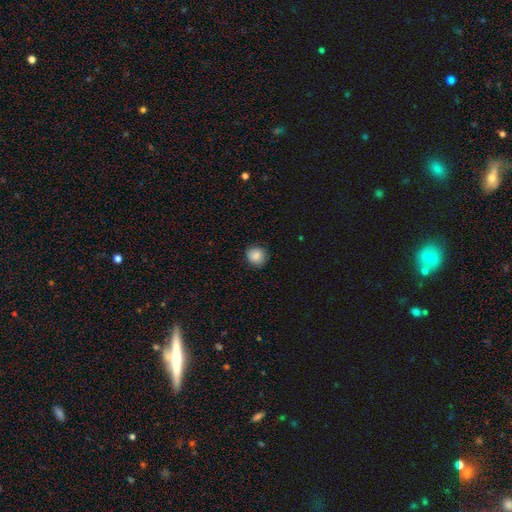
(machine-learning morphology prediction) This appears to be a smooth galaxy with no disk features (87%) that is round (87%). Merging: none (85%).